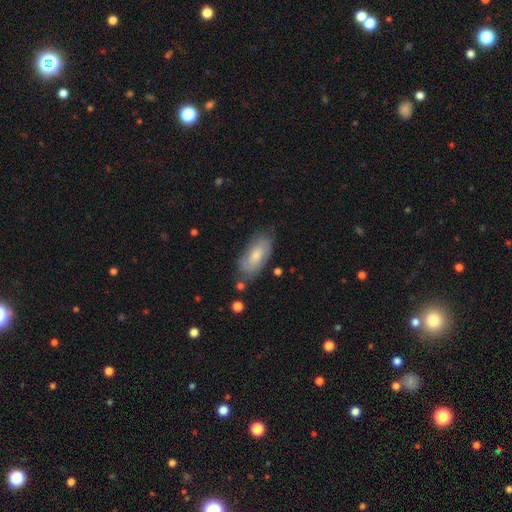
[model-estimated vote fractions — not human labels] This is likely a smooth galaxy (64%). How rounded: clearly in between (86%). Merging: likely none (71%).